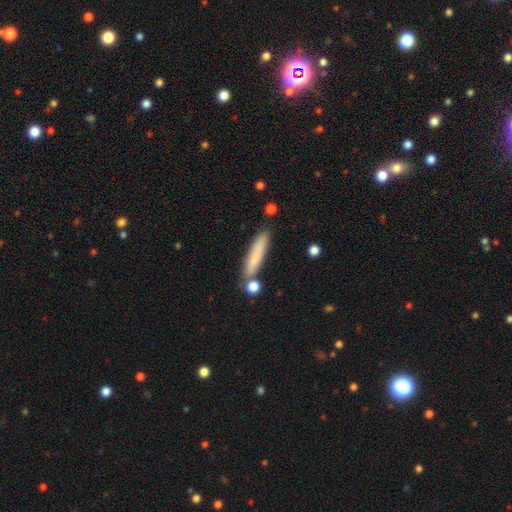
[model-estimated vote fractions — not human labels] smooth-or-featured: smooth: 76% | featured or disk: 17% | star or artifact: 7%
  how-rounded: cigar-shaped: 89% | in between: 10% | round: 2%
  merging: none: 79% | minor disturbance: 12% | merger: 7% | major disturbance: 3%